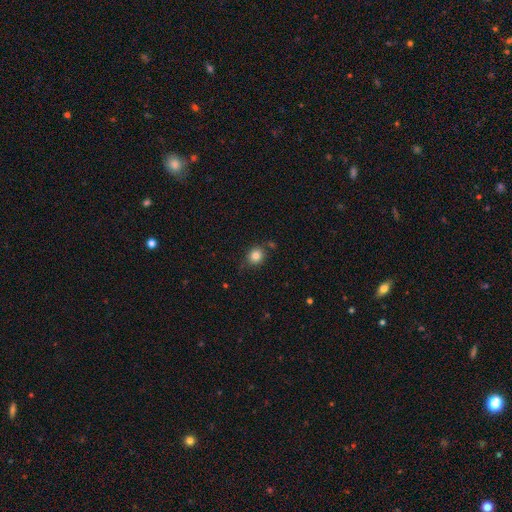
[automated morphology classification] A smooth galaxy with no disk features (83%) that is round (78%).

Vote fractions:
- Smooth or featured? smooth: 83% / star or artifact: 11% / featured or disk: 6%
- How rounded? round: 78% / in between: 21% / cigar-shaped: 1%
- Merging? none: 76% / minor disturbance: 15% / merger: 5% / major disturbance: 4%